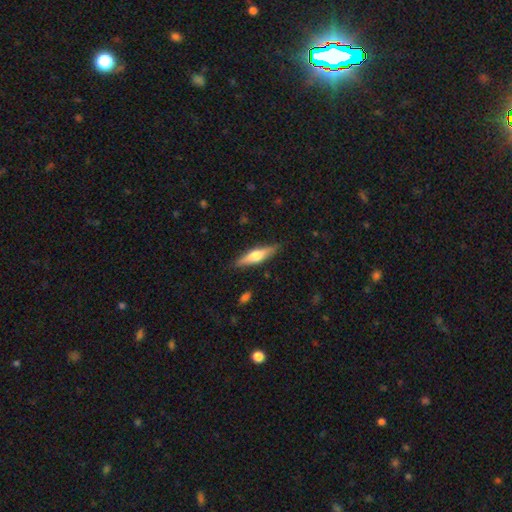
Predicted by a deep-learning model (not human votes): This is possibly a featured or disk galaxy (48%). Merging: clearly none (87%).